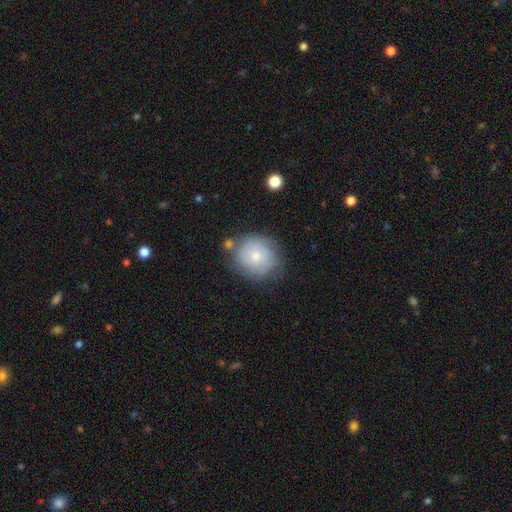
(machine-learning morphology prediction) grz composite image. It shows a smooth galaxy with no disk features (55%) that is round (86%). Merging: none (71%).